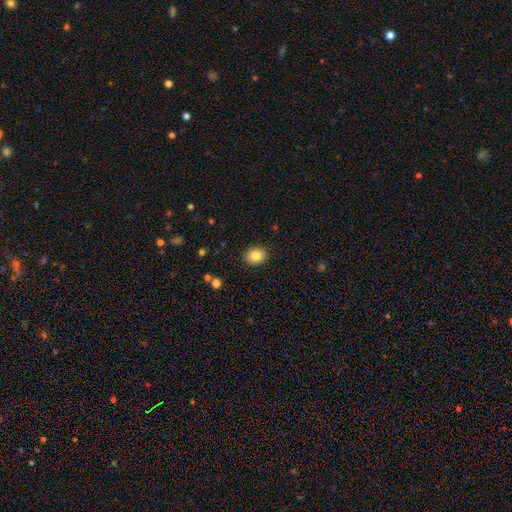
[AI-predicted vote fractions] smooth 83%, star or artifact 9%, featured or disk 8%. Down the decision tree: how rounded — round (55%); merging — none (90%).